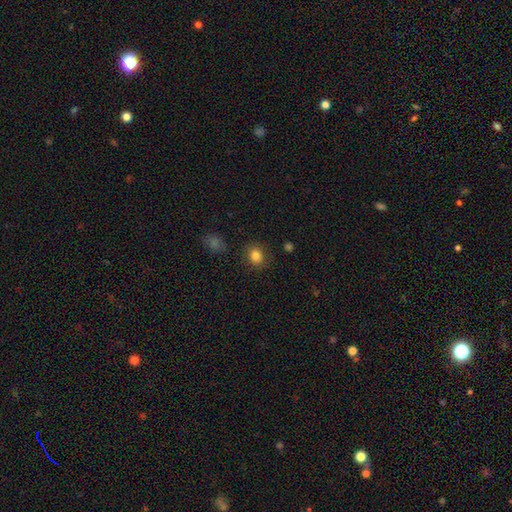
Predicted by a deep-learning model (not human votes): Smooth or featured? smooth (84%)
How rounded? round (68%)
Merging? none (85%)